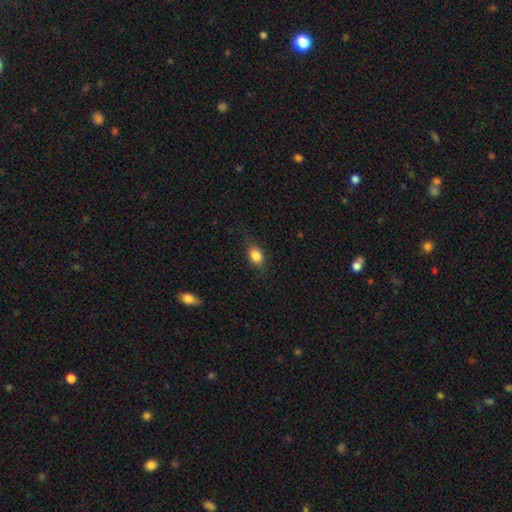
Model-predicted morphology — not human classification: This is clearly a smooth galaxy (80%). How rounded: likely in between (64%). Merging: likely none (70%).